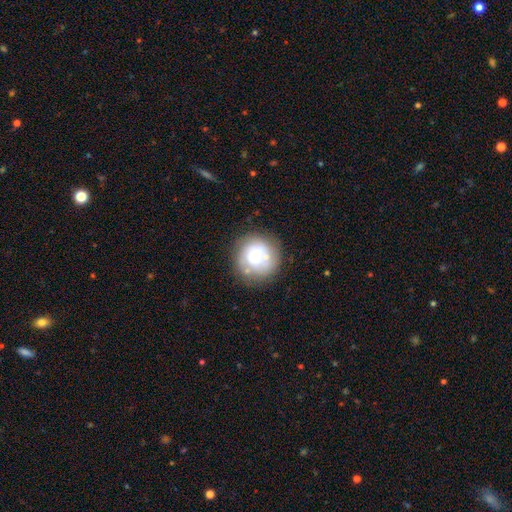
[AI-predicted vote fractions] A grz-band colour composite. It shows a smooth galaxy with no disk features (52%) that is round (93%). Merging: none (64%).